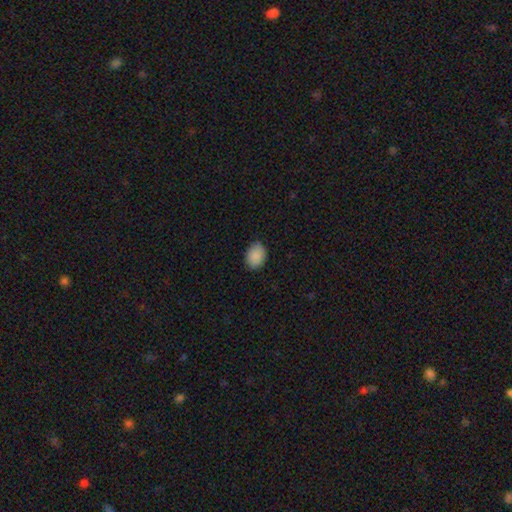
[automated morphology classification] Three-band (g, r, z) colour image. It shows a smooth galaxy with no disk features (89%) that is in between round and cigar-shaped (70%). Merging: none (84%).